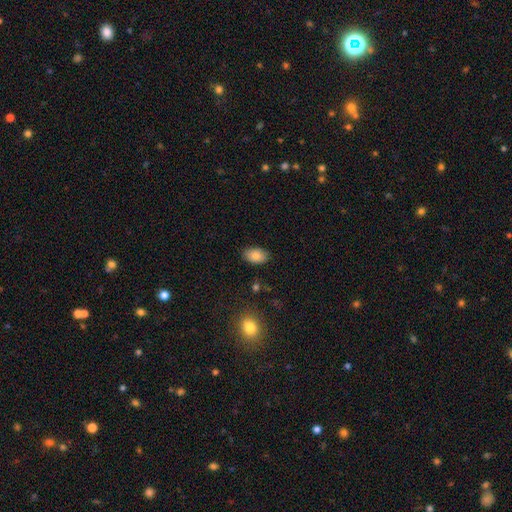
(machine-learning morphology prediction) Overall: smooth (84%). How rounded: in between (91%). Merging: none (86%).